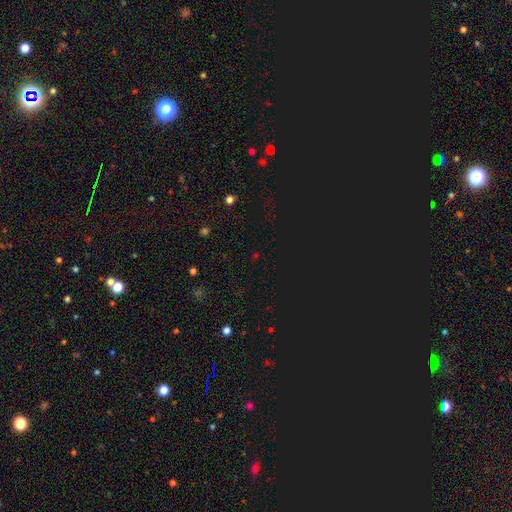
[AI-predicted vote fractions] This is likely a star or artifact rather than a galaxy (71%).